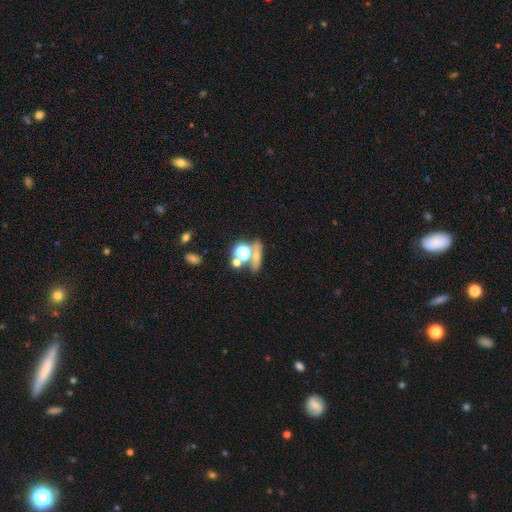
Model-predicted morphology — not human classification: Smooth or featured? smooth (52%)
How rounded? round (45%)
Merging? none (56%)